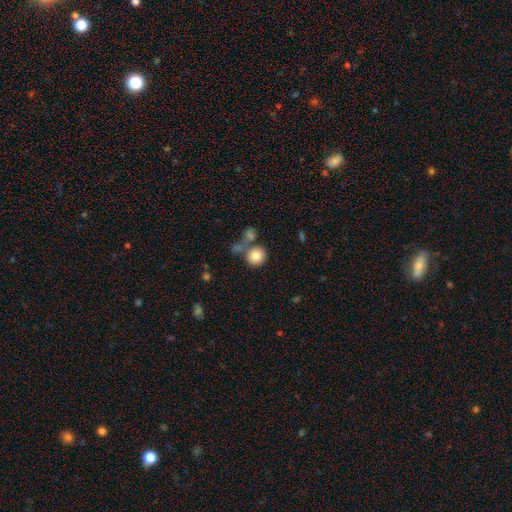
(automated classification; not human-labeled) Smooth or featured? smooth (82%)
How rounded? round (88%)
Merging? none (63%)